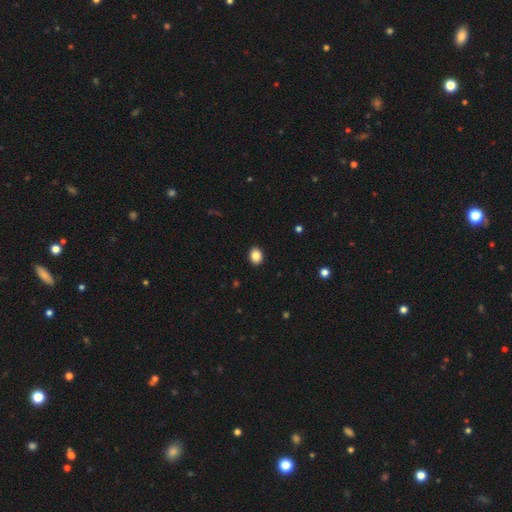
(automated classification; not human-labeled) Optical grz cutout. It shows a smooth galaxy with no disk features (87%) that is in between round and cigar-shaped (57%). Merging: none (91%).